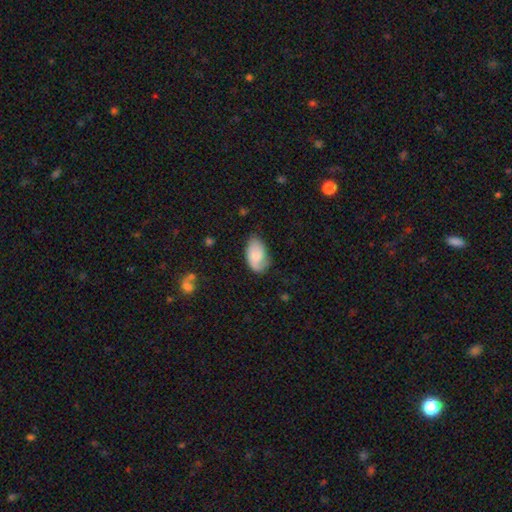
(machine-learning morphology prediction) smooth_or_featured: smooth (p=0.60) [alt: featured or disk p=0.33]
how_rounded: in between (p=0.93) [alt: round p=0.06]
merging: none (p=0.59) [alt: minor disturbance p=0.30]